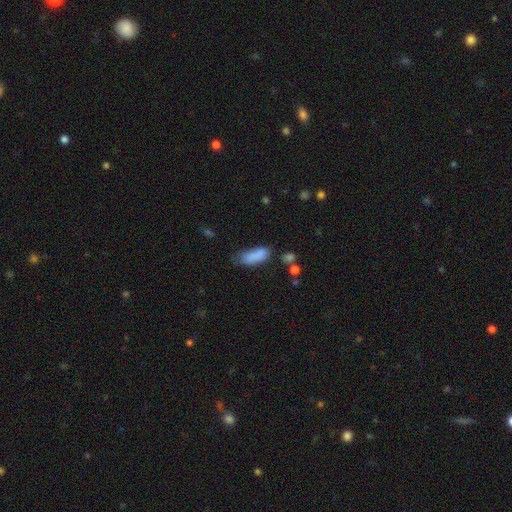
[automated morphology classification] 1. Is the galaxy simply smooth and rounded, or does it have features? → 83% smooth, 9% star or artifact, 9% featured or disk.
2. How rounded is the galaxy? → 72% in between, 25% cigar-shaped, 2% round.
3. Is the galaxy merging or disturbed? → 43% none, 34% minor disturbance, 16% major disturbance, 6% merger.